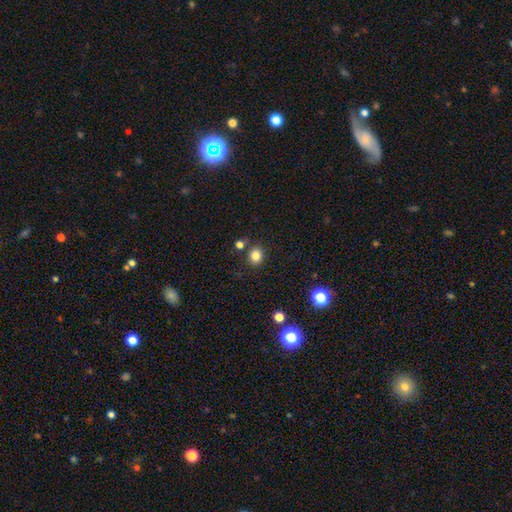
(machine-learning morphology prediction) Q: Smooth or featured?
A: smooth (82%); runner-up: star or artifact (12%)
Q: How rounded?
A: round (68%); runner-up: in between (31%)
Q: Merging?
A: none (82%); runner-up: minor disturbance (9%)